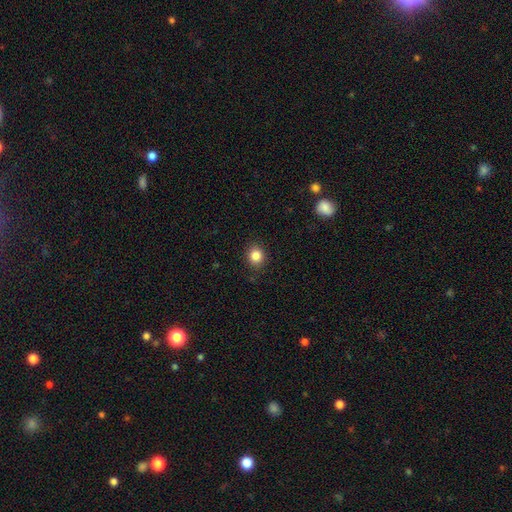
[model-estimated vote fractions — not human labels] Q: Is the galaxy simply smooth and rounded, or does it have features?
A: smooth — 84%.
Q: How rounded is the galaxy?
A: round — 75%.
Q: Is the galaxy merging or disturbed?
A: none — 87%.